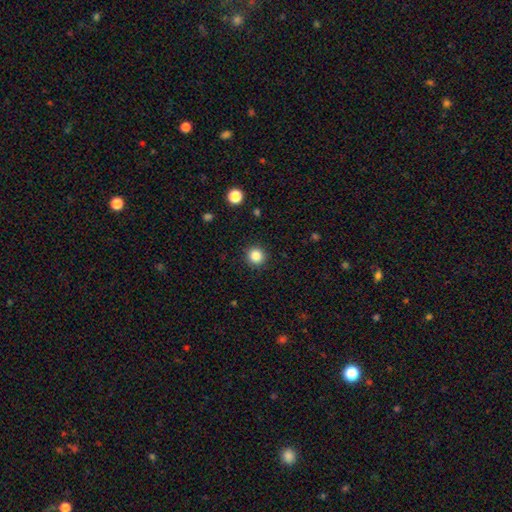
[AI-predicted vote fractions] smooth-or-featured: smooth: 85% | star or artifact: 11% | featured or disk: 4%
  how-rounded: round: 93% | in between: 6% | cigar-shaped: 1%
  merging: none: 91% | minor disturbance: 6% | major disturbance: 2% | merger: 1%